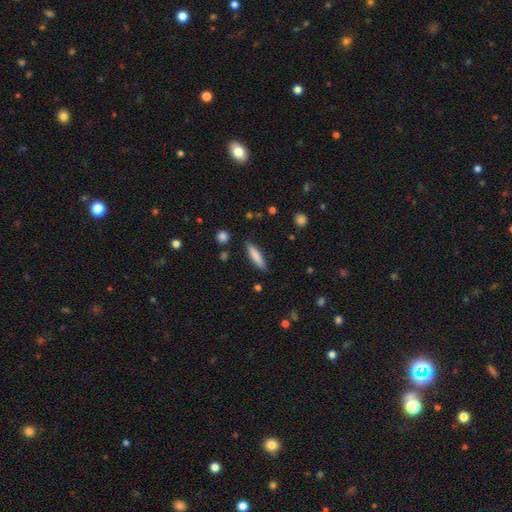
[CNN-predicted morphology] smooth_or_featured: smooth (p=0.80) [alt: featured or disk p=0.14]
how_rounded: cigar-shaped (p=0.79) [alt: in between p=0.19]
merging: none (p=0.86) [alt: minor disturbance p=0.10]